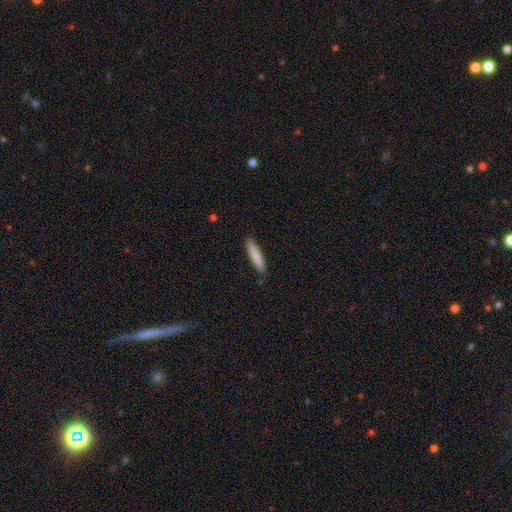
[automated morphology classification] smooth 82%, featured or disk 12%, star or artifact 6%. Down the decision tree: how rounded — cigar-shaped (91%); merging — none (88%).